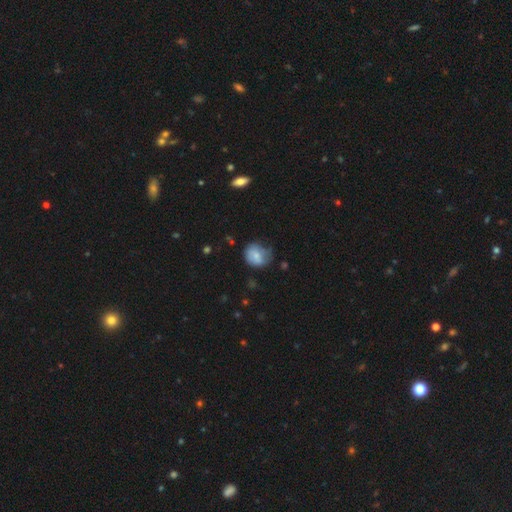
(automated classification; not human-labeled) Smooth or featured? smooth (70%)
How rounded? round (60%)
Merging? none (48%)